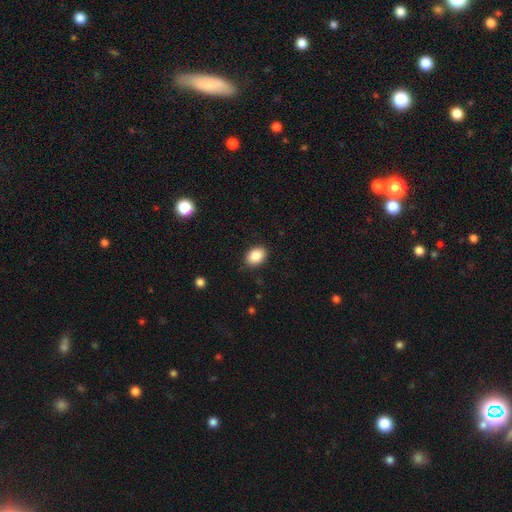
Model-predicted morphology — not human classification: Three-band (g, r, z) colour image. It shows a smooth galaxy with no disk features (86%) that is in between round and cigar-shaped (74%). Merging: none (88%).